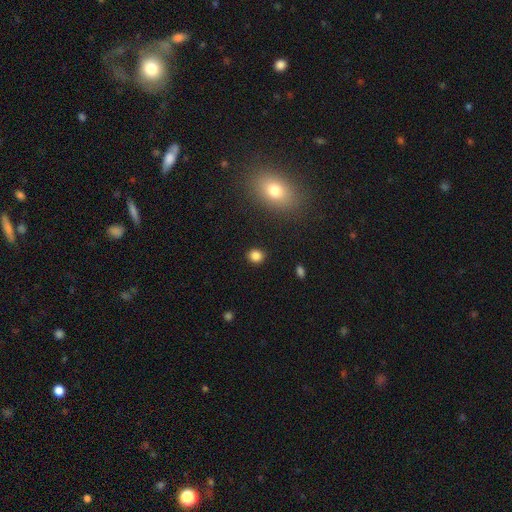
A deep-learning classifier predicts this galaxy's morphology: smooth_or_featured: smooth (p=0.84) [alt: star or artifact p=0.12]
how_rounded: round (p=0.79) [alt: in between p=0.20]
merging: none (p=0.88) [alt: minor disturbance p=0.07]